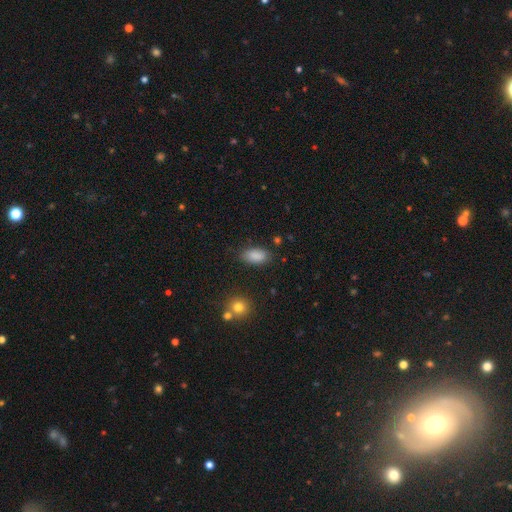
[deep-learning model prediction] Smooth or featured? smooth (88%)
How rounded? in between (91%)
Merging? none (83%)